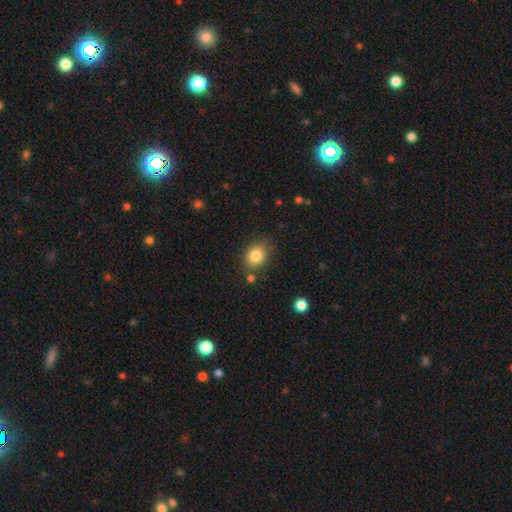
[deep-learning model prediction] smooth_or_featured: smooth (p=0.84) [alt: star or artifact p=0.10]
how_rounded: round (p=0.50) [alt: in between p=0.49]
merging: none (p=0.78) [alt: minor disturbance p=0.14]